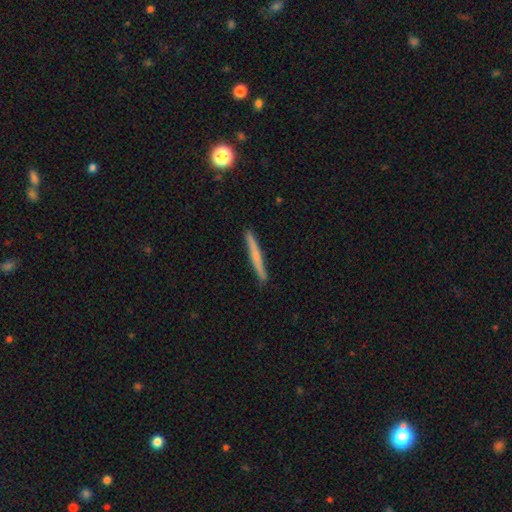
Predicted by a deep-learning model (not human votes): A featured or disk galaxy (48%). Merging: none (90%).